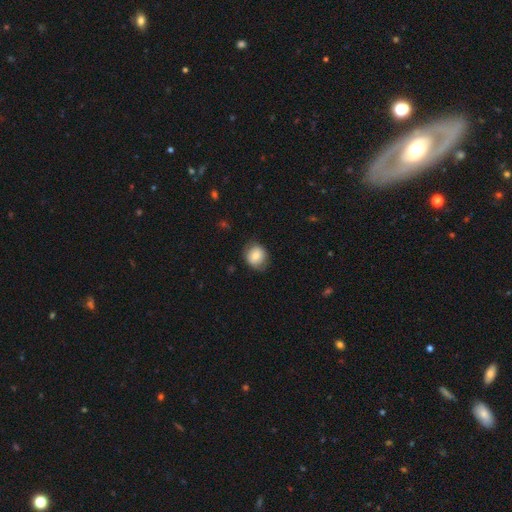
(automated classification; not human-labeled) smooth 73%, featured or disk 19%, star or artifact 8%. Down the decision tree: how rounded — round (79%); merging — none (78%).